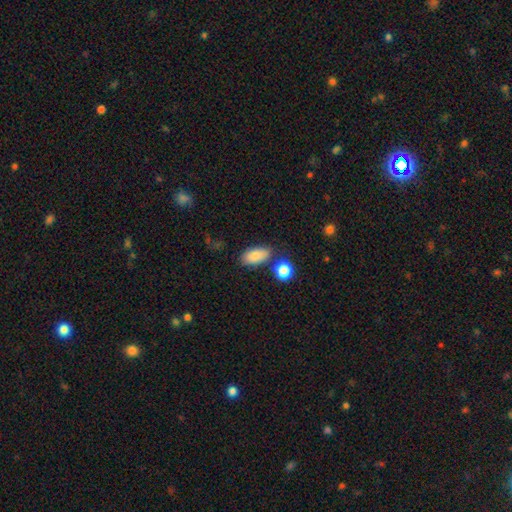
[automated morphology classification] type=smooth (83%); roundness=in between (89%); merging=none (72%).